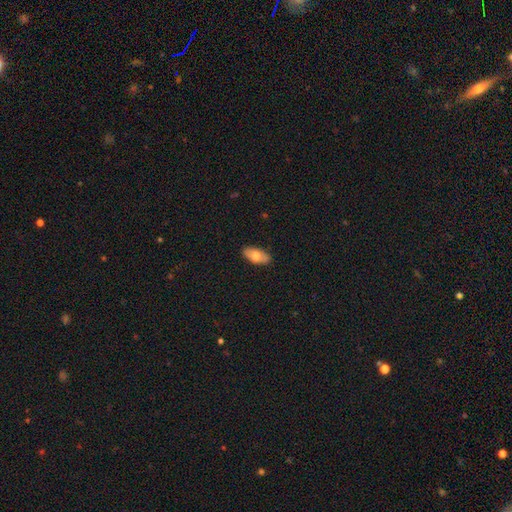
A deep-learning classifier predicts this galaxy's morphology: type=smooth (71%); roundness=in between (90%); merging=none (86%).